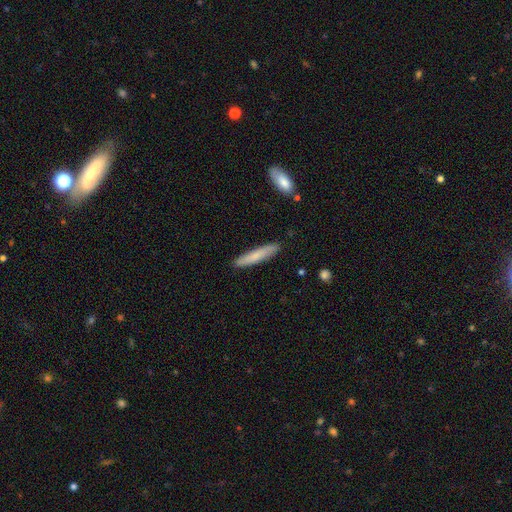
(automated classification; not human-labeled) Smooth or featured: smooth — 75% (featured or disk — 20%)
How rounded: cigar-shaped — 92% (in between — 7%)
Merging: none — 89% (minor disturbance — 8%)